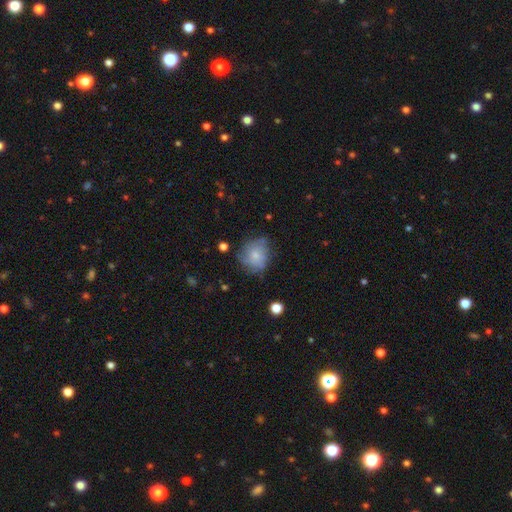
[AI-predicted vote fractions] Overall: smooth (67%). How rounded: round (75%). Merging: none (59%; minor disturbance 29%).